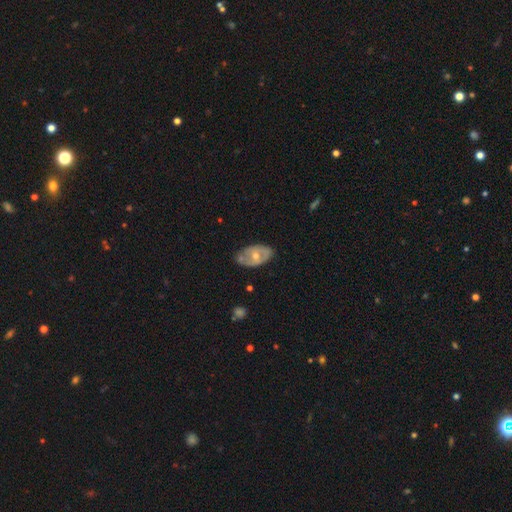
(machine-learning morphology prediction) Smooth or featured? Predicted: featured or disk (p=0.53). Edge-on disk? Predicted: no (p=0.91). Merging? Predicted: none (p=0.58).